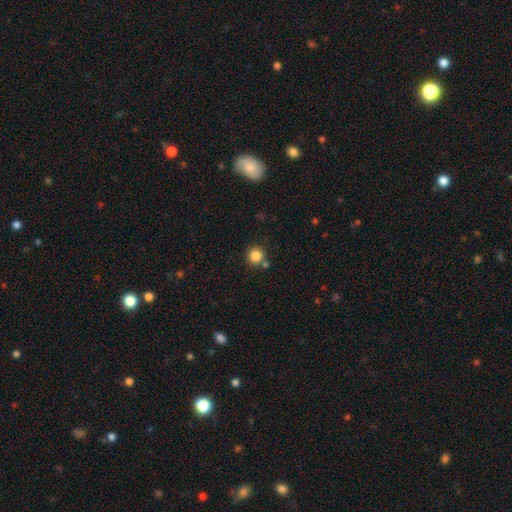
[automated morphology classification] Smooth or featured? Predicted: smooth (p=0.84). How rounded? Predicted: round (p=0.93). Merging? Predicted: none (p=0.77).